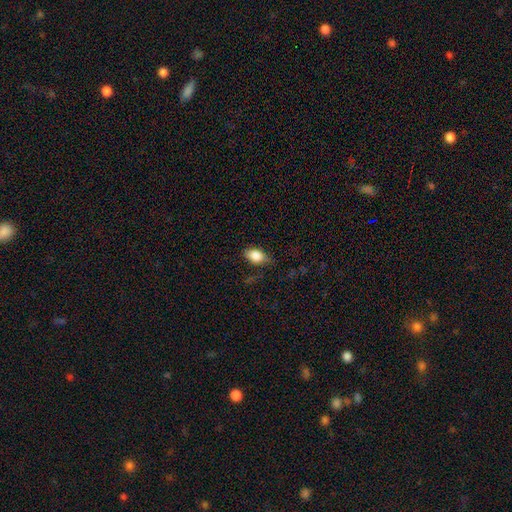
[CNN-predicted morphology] smooth 85%, star or artifact 8%, featured or disk 7%. Down the decision tree: how rounded — in between (87%); merging — none (72%).